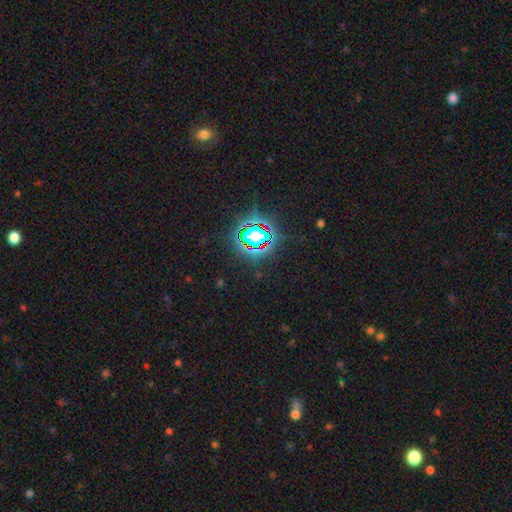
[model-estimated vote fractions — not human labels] Morphology: type=star or artifact (77%).